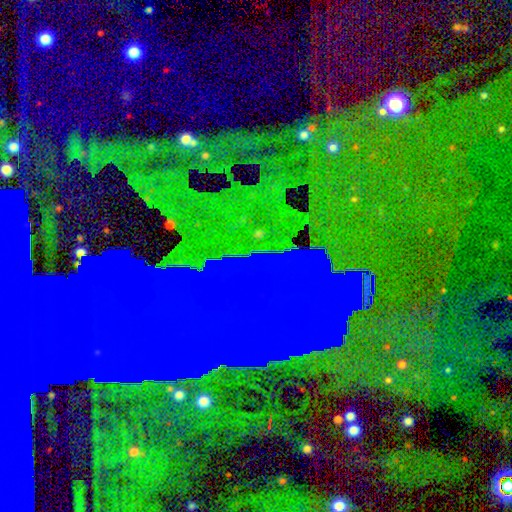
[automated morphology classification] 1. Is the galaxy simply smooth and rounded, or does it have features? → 76% star or artifact, 15% featured or disk, 9% smooth.